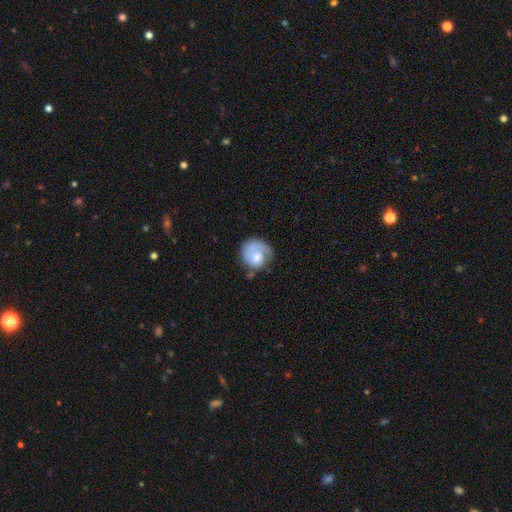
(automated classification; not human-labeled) Smooth or featured? smooth (51%)
How rounded? round (78%)
Merging? none (52%)